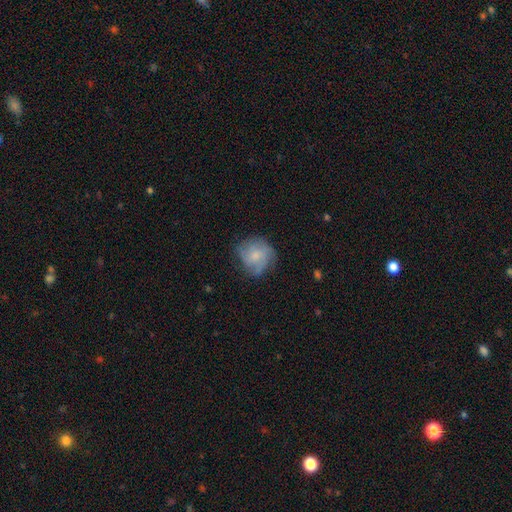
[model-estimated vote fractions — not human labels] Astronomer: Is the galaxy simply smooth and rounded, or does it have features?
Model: smooth — 54% (runner-up: featured or disk, 37%).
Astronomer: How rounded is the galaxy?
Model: round — 81%.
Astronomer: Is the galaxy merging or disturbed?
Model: none — 63%.